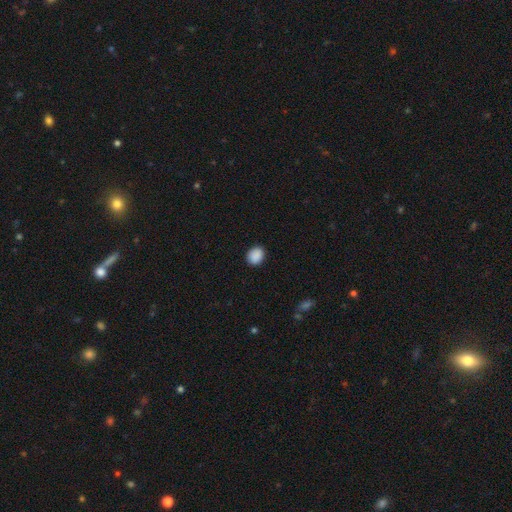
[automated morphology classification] This is clearly a smooth galaxy (90%). How rounded: possibly round (56%). Merging: clearly none (90%).